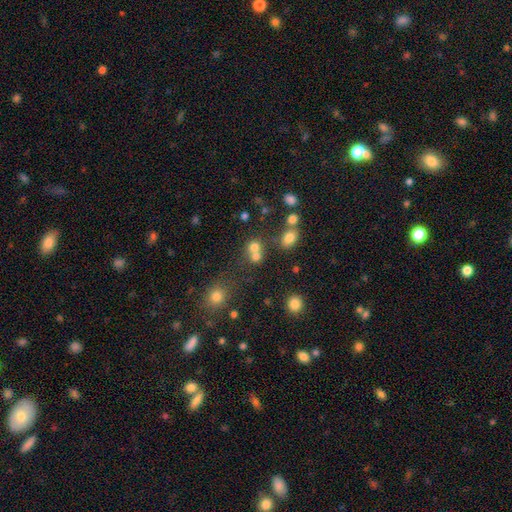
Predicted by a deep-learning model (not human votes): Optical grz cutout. It shows a smooth galaxy with no disk features (71%) that is round (77%). Merging: merger (46%).